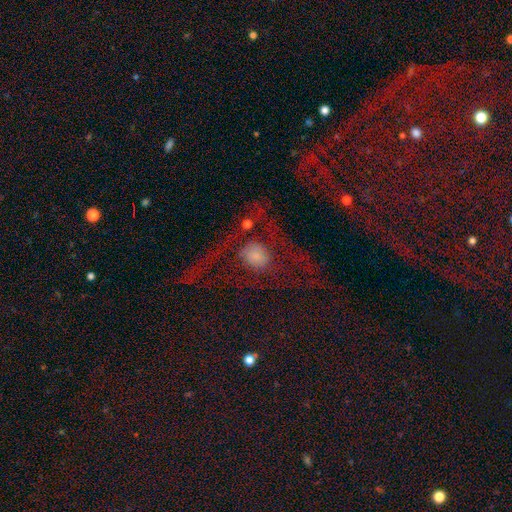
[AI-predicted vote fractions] A smooth galaxy with no disk features (50%) that is round (72%). Merging: none (46%).